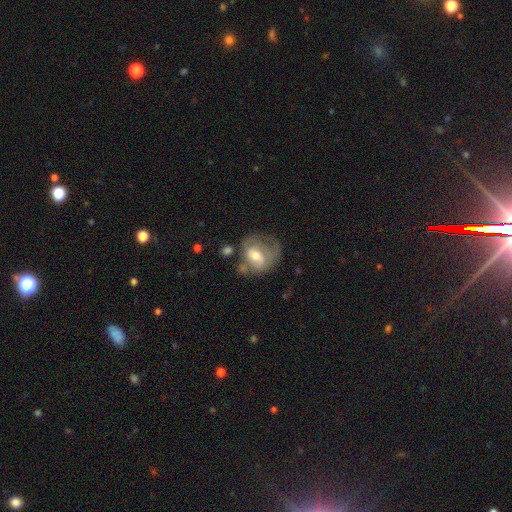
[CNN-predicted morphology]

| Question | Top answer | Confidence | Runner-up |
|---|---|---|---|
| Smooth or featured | featured or disk | 47% | smooth (45%) |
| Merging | none | 32% | major disturbance (31%) |